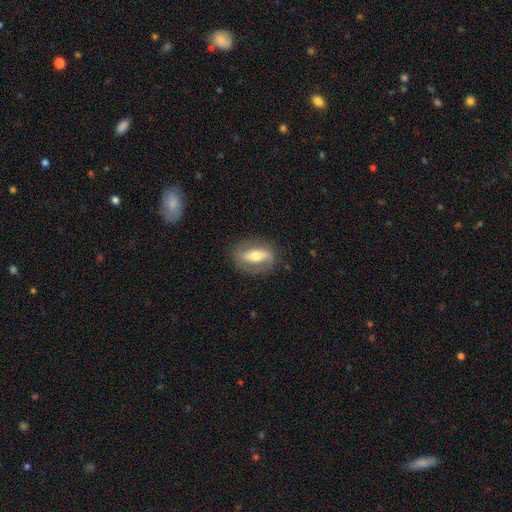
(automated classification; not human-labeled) Morphology: type=featured or disk (64%); edge-on=no (81%); bar=strong (55%); spiral arms=yes (60%); bulge=moderate (68%); merging=none (80%).